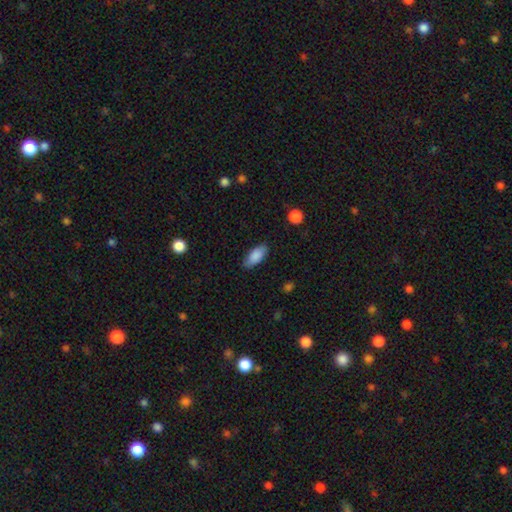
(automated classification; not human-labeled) Smooth or featured? Predicted: smooth (p=0.87). How rounded? Predicted: in between (p=0.87). Merging? Predicted: none (p=0.84).